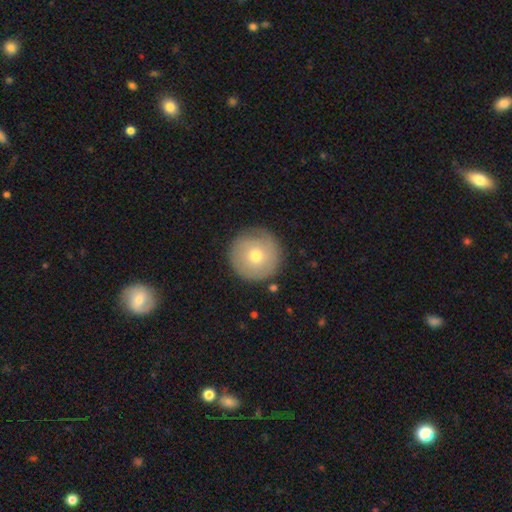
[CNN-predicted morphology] A smooth galaxy with no disk features (66%) that is round (97%).

Vote fractions:
- Smooth or featured? smooth: 66% / featured or disk: 26% / star or artifact: 8%
- How rounded? round: 97% / in between: 2% / cigar-shaped: 1%
- Merging? none: 84% / minor disturbance: 11% / major disturbance: 3% / merger: 2%